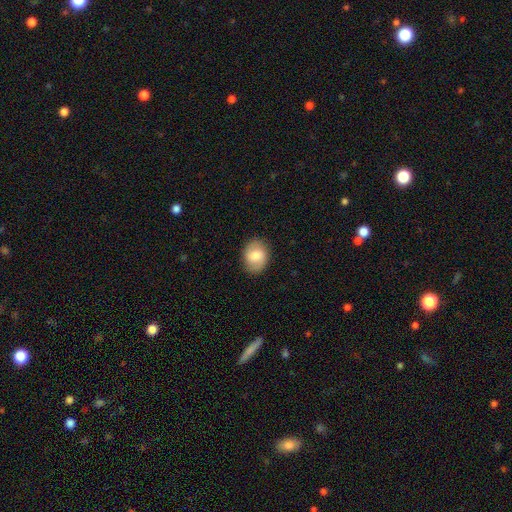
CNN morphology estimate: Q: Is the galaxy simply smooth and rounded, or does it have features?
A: smooth — 69%.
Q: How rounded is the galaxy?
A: in between — 59%.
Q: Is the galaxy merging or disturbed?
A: none — 85%.